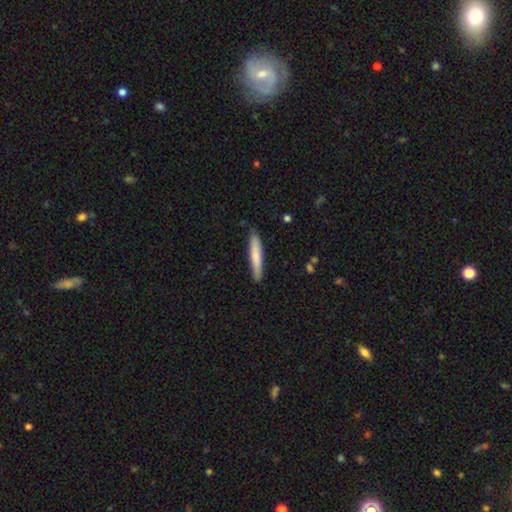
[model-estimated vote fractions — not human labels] The model was most divided on "smooth or featured": smooth: 75%, featured or disk: 20%, star or artifact: 5%. More confident: how rounded — cigar-shaped (92%); merging — none (86%).